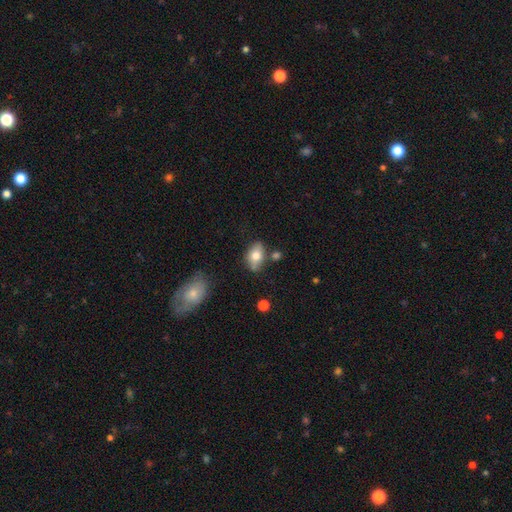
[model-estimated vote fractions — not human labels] Smooth or featured?
  - smooth: 71% *
  - featured or disk: 21%
  - star or artifact: 8%
How rounded?
  - in between: 86% *
  - round: 11%
  - cigar-shaped: 3%
Merging?
  - none: 66% *
  - minor disturbance: 20%
  - merger: 8%
  - major disturbance: 5%